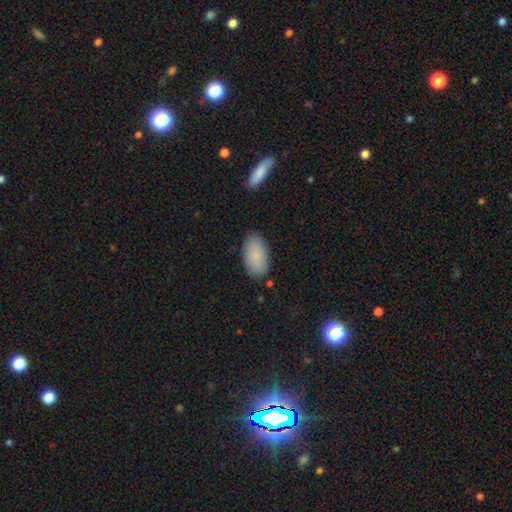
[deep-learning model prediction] Morphology: type=smooth (86%); roundness=in between (94%); merging=none (83%).